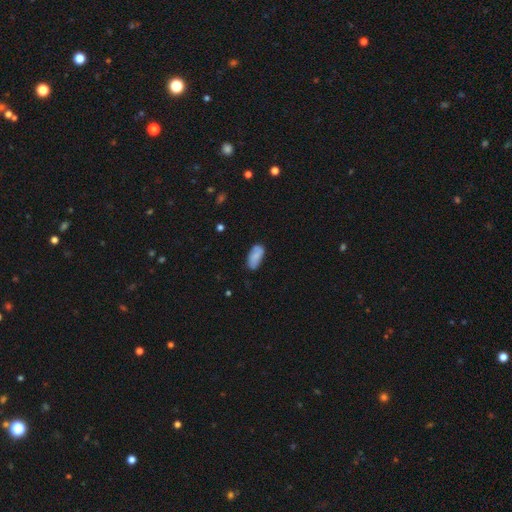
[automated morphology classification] smooth_or_featured: smooth (p=0.73) [alt: featured or disk p=0.20]
how_rounded: in between (p=0.90) [alt: cigar-shaped p=0.08]
merging: none (p=0.72) [alt: minor disturbance p=0.21]